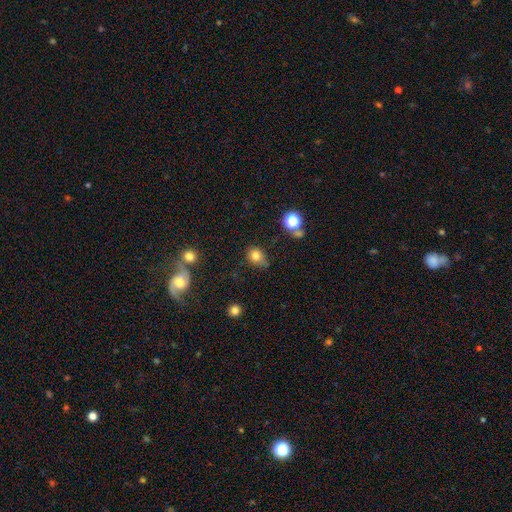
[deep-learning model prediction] A smooth galaxy with no disk features (79%) that is round (49%, tied with in between).

Vote fractions:
- Smooth or featured? smooth: 79% / star or artifact: 13% / featured or disk: 8%
- How rounded? round: 49% (tied) / in between: 49% (tied) / cigar-shaped: 1%
- Merging? none: 62% / minor disturbance: 27% / major disturbance: 7% / merger: 4%